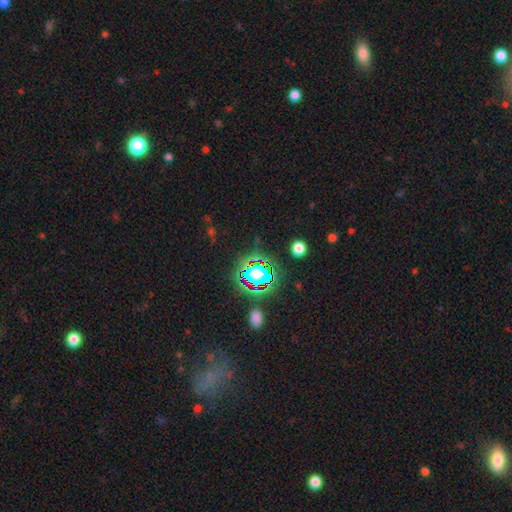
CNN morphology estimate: Smooth or featured? star or artifact (80%)